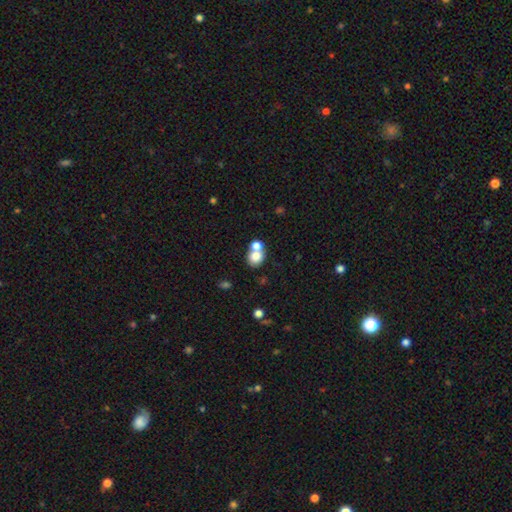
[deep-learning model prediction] This appears to be a smooth galaxy with no disk features (77%) that is round (68%). Merging: merger (51%).